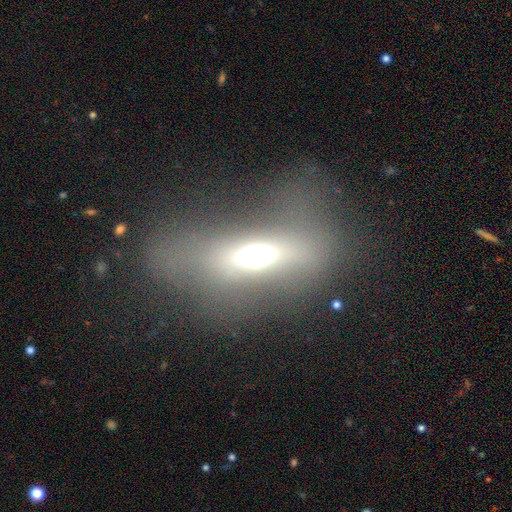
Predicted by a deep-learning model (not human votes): Q: Smooth or featured?
A: smooth (47%); runner-up: featured or disk (32%)
Q: Merging?
A: none (61%); runner-up: major disturbance (20%)